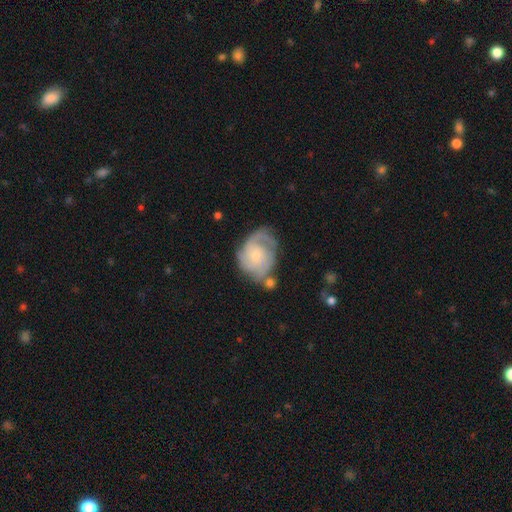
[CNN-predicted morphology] smooth-or-featured: featured or disk: 72% | smooth: 22% | star or artifact: 6%
  disk-edge-on: no: 97% | yes: 3%
    bar: no: 74% | weak: 23% | strong: 3%
    has-spiral-arms: yes: 89% | no: 11%
      spiral-winding: tight: 47% | medium: 38% | loose: 15%
      spiral-arm-count: can't tell: 32% | 2: 27% | 3: 23% | 1: 8% | 4: 6% | more than 4: 4%
    bulge-size: small: 70% | moderate: 24% | none: 3% | large: 2% | dominant: 1%
  merging: none: 49% | minor disturbance: 27% | major disturbance: 15% | merger: 9%